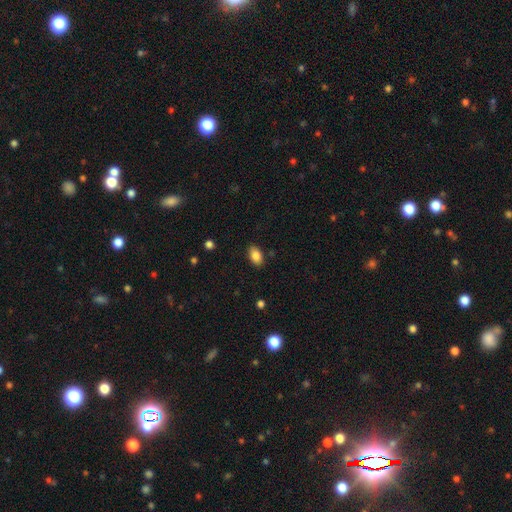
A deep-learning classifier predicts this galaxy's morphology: A smooth galaxy with no disk features (86%) that is in between round and cigar-shaped (91%). Merging: none (86%).